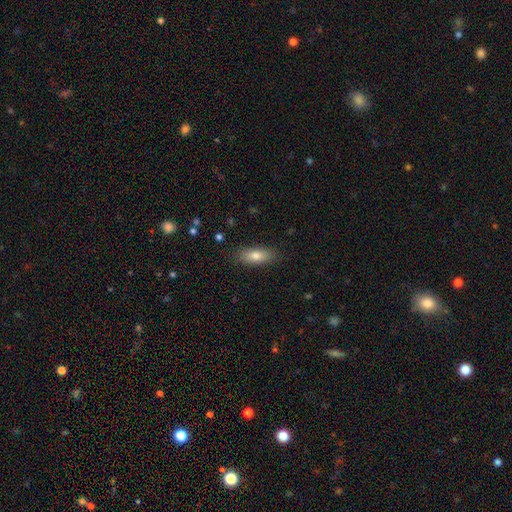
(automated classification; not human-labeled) Smooth or featured: smooth — 79% (featured or disk — 14%)
How rounded: in between — 76% (cigar-shaped — 21%)
Merging: none — 86% (minor disturbance — 10%)